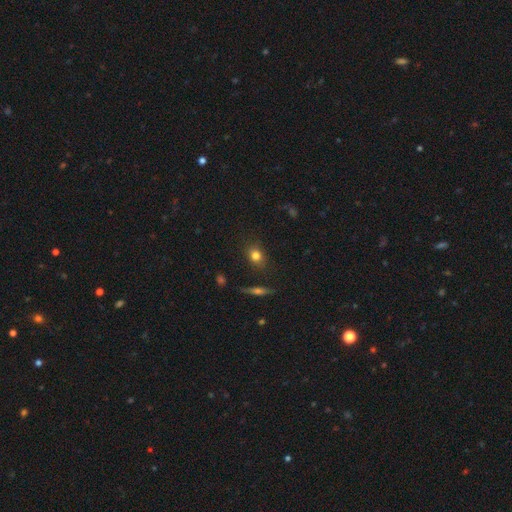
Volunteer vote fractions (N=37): Q: Smooth or featured?
A: smooth (86%); runner-up: featured or disk (8%)
Q: How rounded?
A: in between (53%); runner-up: round (44%)
Q: Merging?
A: none (83%); runner-up: minor disturbance (17%)